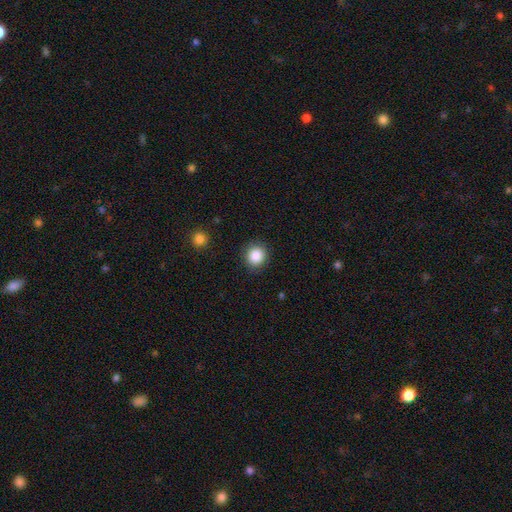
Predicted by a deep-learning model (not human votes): smooth_or_featured: smooth (p=0.87) [alt: star or artifact p=0.10]
how_rounded: round (p=0.88) [alt: in between p=0.11]
merging: none (p=0.89) [alt: minor disturbance p=0.08]